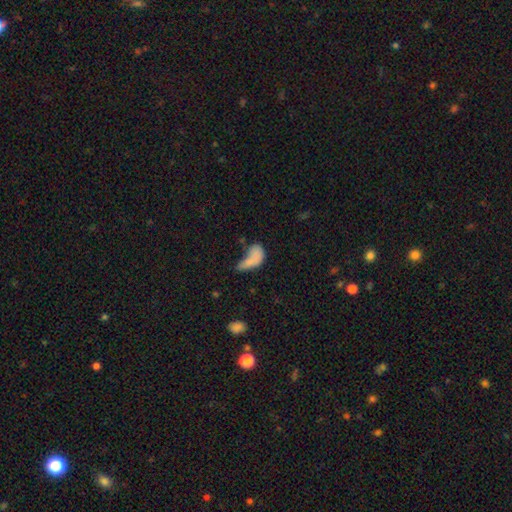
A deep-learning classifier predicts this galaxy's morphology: Overall: smooth (72%). How rounded: in between (82%). Merging: major disturbance (31%; merger 29%).